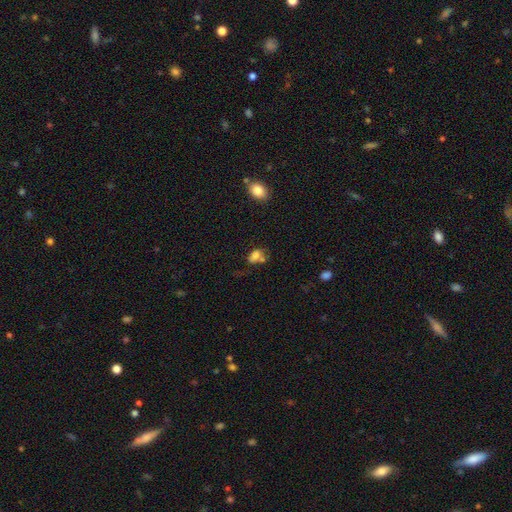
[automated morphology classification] Smooth or featured? Predicted: smooth (p=0.72). How rounded? Predicted: in between (p=0.79). Merging? Predicted: merger (p=0.35).